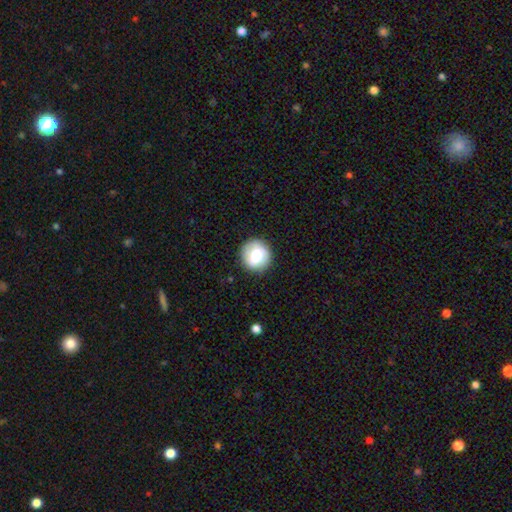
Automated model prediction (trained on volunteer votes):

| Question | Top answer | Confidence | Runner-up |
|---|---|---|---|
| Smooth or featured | smooth | 67% | featured or disk (26%) |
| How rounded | round | 93% | in between (6%) |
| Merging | none | 89% | minor disturbance (8%) |